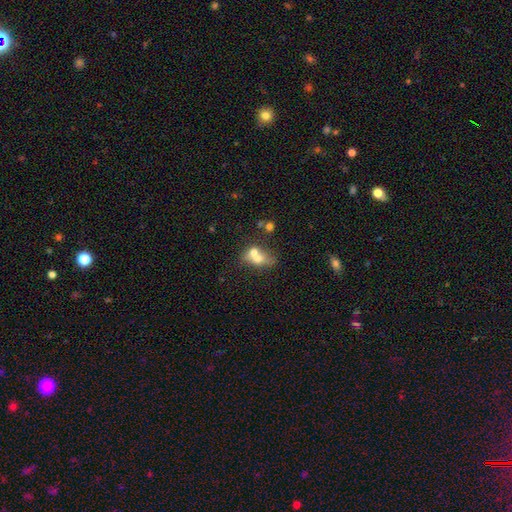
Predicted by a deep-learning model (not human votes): A smooth galaxy with no disk features (62%) that is in between round and cigar-shaped (55%). Merging: merger (62%).